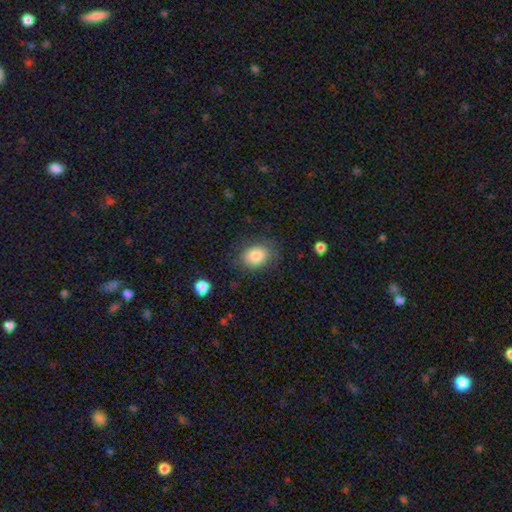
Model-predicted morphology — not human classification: Smooth or featured?
  - smooth: 83% *
  - star or artifact: 9%
  - featured or disk: 8%
How rounded?
  - in between: 63% *
  - round: 36%
  - cigar-shaped: 1%
Merging?
  - none: 77% *
  - minor disturbance: 16%
  - major disturbance: 6%
  - merger: 2%